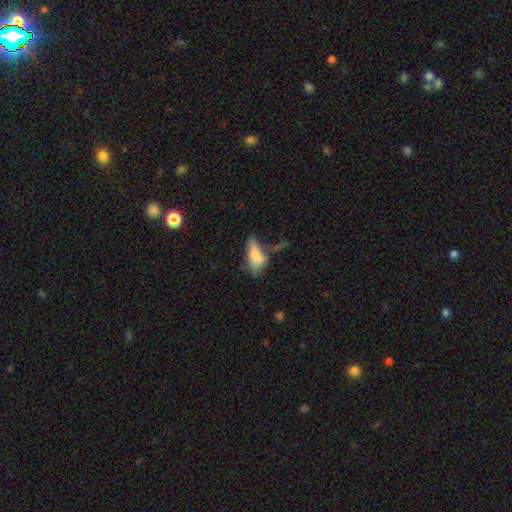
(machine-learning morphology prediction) Q: Smooth or featured?
A: smooth (74%); runner-up: featured or disk (17%)
Q: How rounded?
A: in between (82%); runner-up: cigar-shaped (15%)
Q: Merging?
A: none (29%); runner-up: major disturbance (27%)